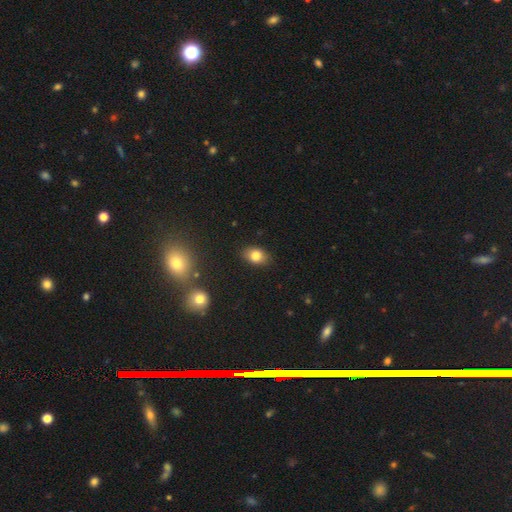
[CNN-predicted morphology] Smooth or featured? Predicted: smooth (p=0.80). How rounded? Predicted: in between (p=0.76). Merging? Predicted: none (p=0.84).